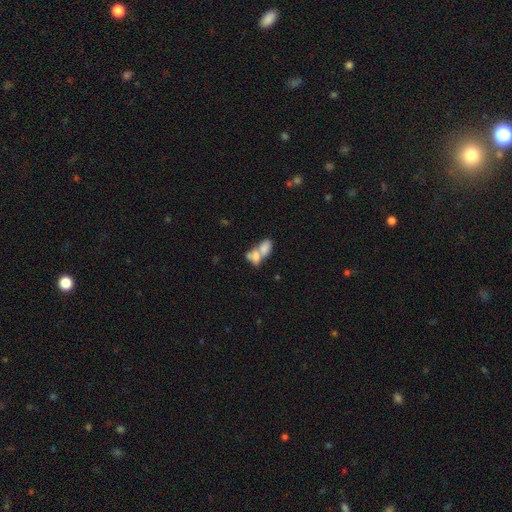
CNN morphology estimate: This is likely a smooth galaxy (70%). How rounded: clearly in between (84%). Merging: likely merger (74%).